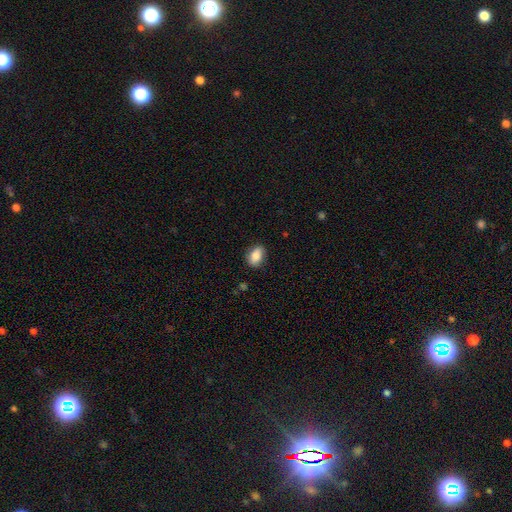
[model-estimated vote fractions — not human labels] Smooth or featured? smooth (82%)
How rounded? in between (80%)
Merging? none (82%)